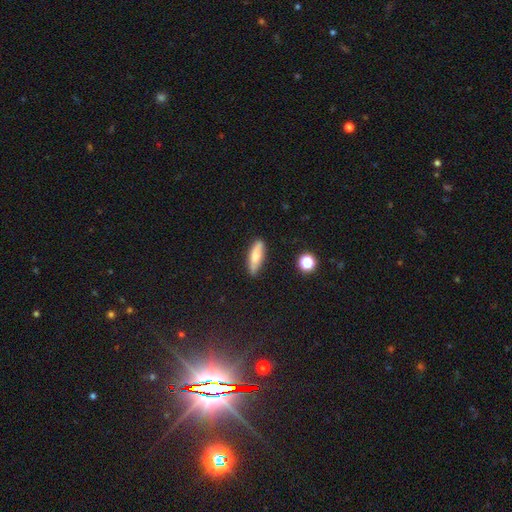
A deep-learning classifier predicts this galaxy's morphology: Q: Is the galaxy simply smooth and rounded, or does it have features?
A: smooth — 70%.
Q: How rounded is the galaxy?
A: cigar-shaped — 57%.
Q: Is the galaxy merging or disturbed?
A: none — 81%.